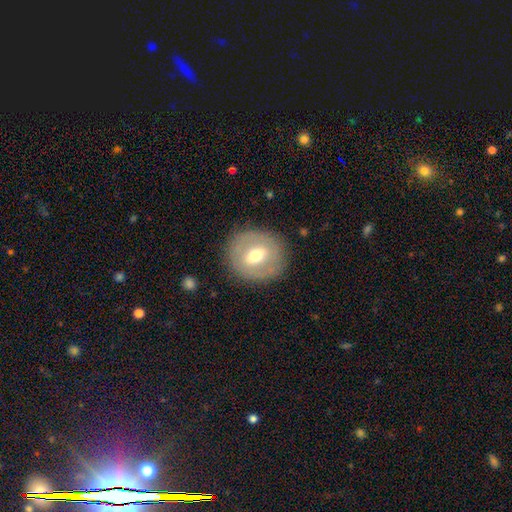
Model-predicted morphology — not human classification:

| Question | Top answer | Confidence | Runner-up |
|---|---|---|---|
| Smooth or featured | featured or disk | 47% | smooth (45%) |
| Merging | none | 84% | minor disturbance (10%) |